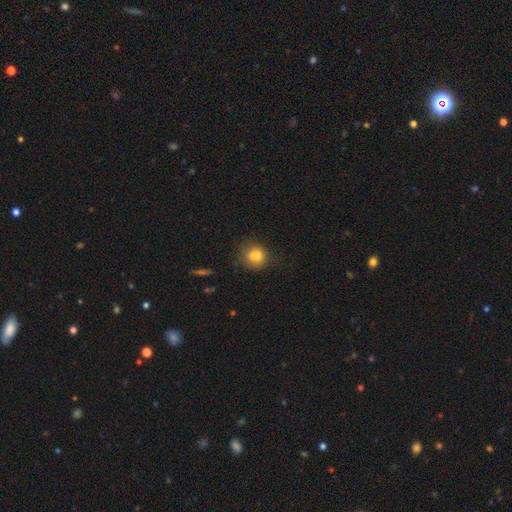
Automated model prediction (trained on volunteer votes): Morphology: type=smooth (83%); roundness=round (83%); merging=none (77%).